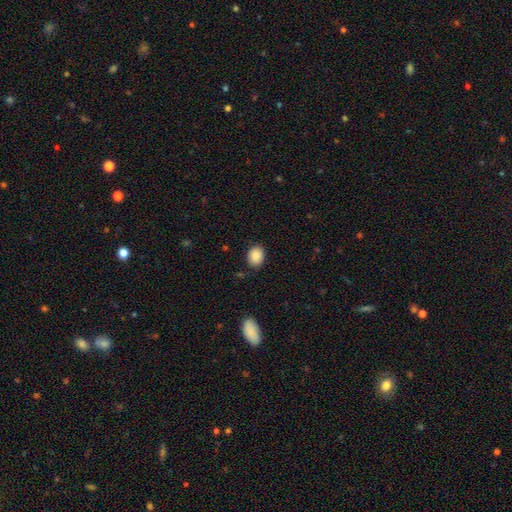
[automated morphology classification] Smooth or featured: smooth — 89% (star or artifact — 8%)
How rounded: in between — 54% (round — 45%)
Merging: none — 85% (minor disturbance — 11%)